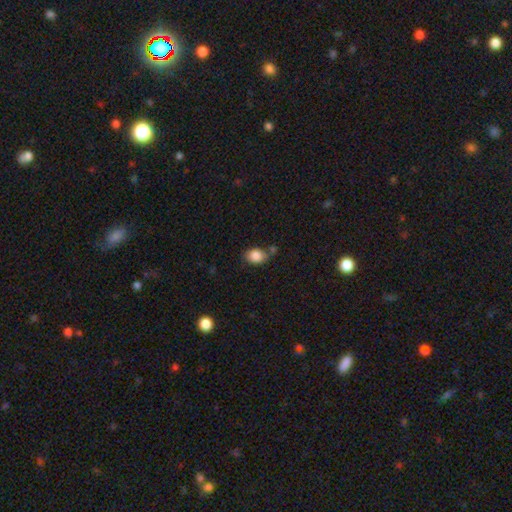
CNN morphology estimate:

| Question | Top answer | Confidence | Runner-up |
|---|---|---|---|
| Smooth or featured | smooth | 85% | star or artifact (8%) |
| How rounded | in between | 74% | round (25%) |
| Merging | none | 60% | minor disturbance (22%) |